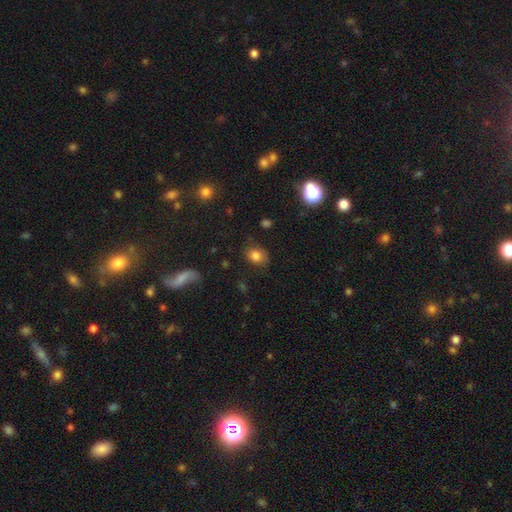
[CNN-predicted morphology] Q: Smooth or featured?
A: smooth (80%); runner-up: star or artifact (11%)
Q: How rounded?
A: in between (55%); runner-up: round (44%)
Q: Merging?
A: none (75%); runner-up: minor disturbance (17%)